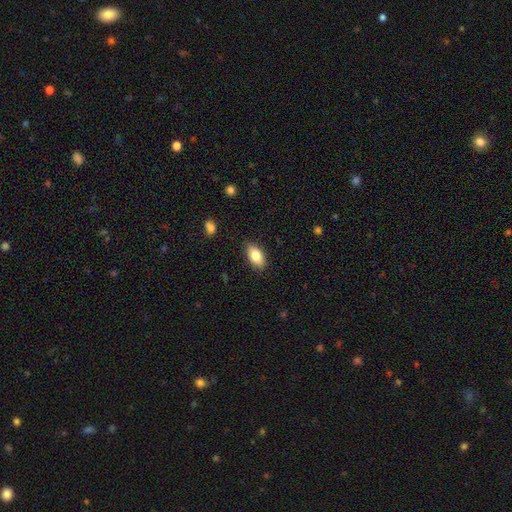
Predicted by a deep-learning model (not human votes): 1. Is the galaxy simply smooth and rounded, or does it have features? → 83% smooth, 10% featured or disk, 7% star or artifact.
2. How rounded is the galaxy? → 92% in between, 4% round, 4% cigar-shaped.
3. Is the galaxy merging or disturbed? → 86% none, 11% minor disturbance, 2% major disturbance, 1% merger.